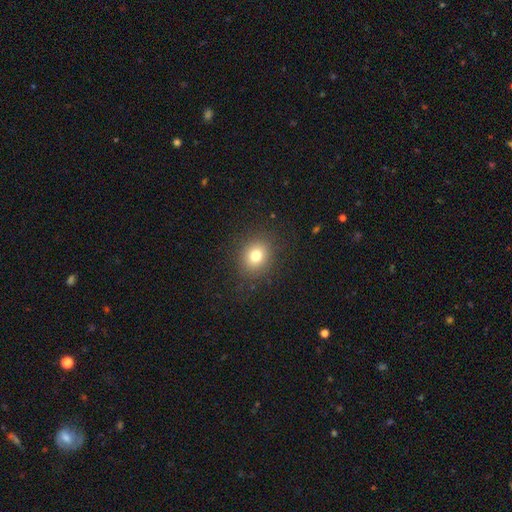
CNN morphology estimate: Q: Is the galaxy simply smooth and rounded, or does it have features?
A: smooth — 77%.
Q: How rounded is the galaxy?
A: round — 70%.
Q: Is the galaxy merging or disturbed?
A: none — 87%.